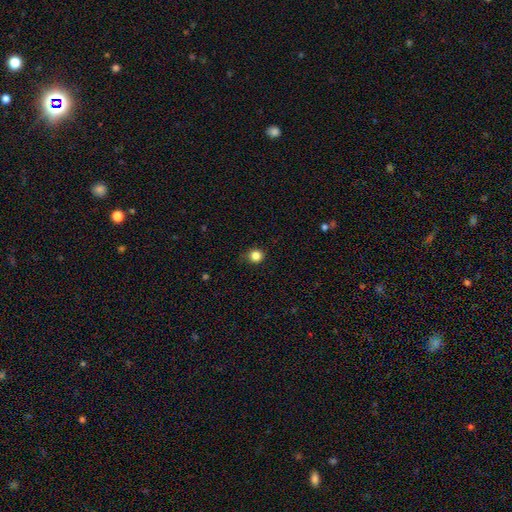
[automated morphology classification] smooth-or-featured: smooth: 84% | star or artifact: 12% | featured or disk: 4%
  how-rounded: round: 89% | in between: 10% | cigar-shaped: 1%
  merging: none: 82% | minor disturbance: 14% | major disturbance: 3% | merger: 1%